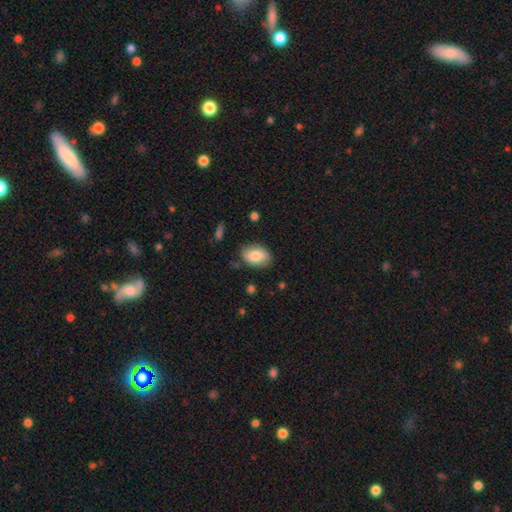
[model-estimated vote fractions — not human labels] Smooth or featured: smooth — 83% (featured or disk — 10%)
How rounded: in between — 87% (round — 12%)
Merging: none — 80% (minor disturbance — 15%)